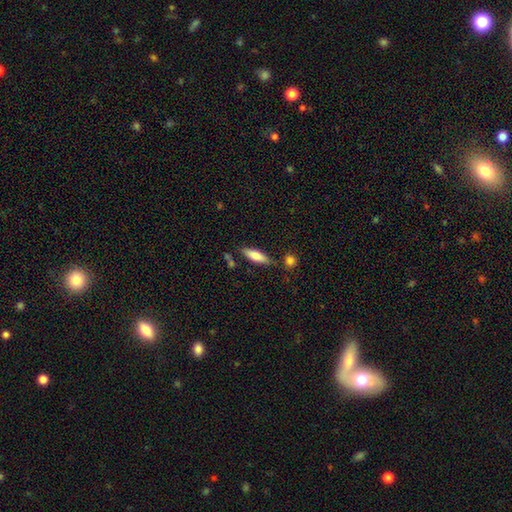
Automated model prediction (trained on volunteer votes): This is likely a smooth galaxy (73%). How rounded: possibly cigar-shaped (53%). Merging: likely none (76%).